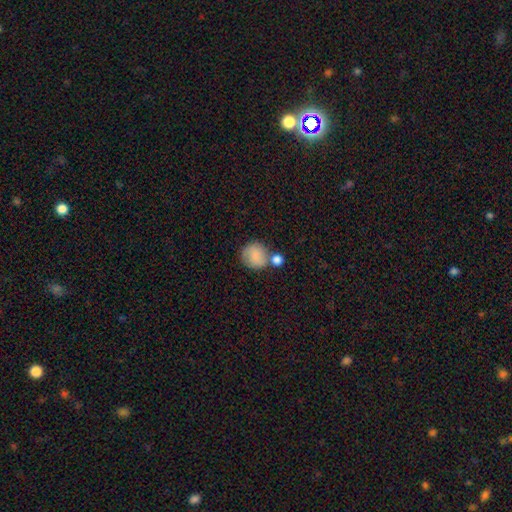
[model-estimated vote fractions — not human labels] A smooth galaxy with no disk features (81%) that is round (86%). Merging: none (52%).